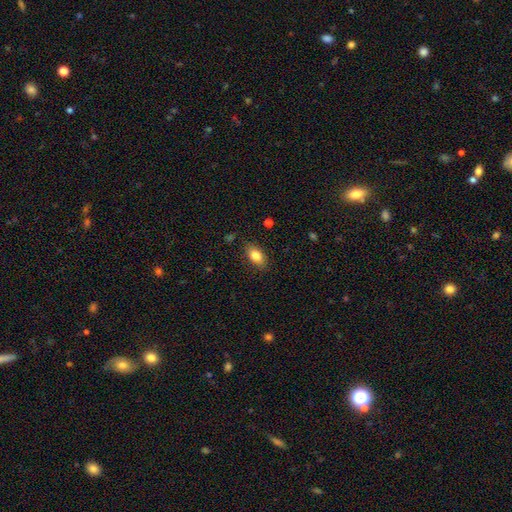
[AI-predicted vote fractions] A smooth galaxy with no disk features (83%) that is in between round and cigar-shaped (88%).

Vote fractions:
- Smooth or featured? smooth: 83% / featured or disk: 9% / star or artifact: 8%
- How rounded? in between: 88% / round: 8% / cigar-shaped: 4%
- Merging? none: 85% / minor disturbance: 12% / major disturbance: 3% / merger: 1%